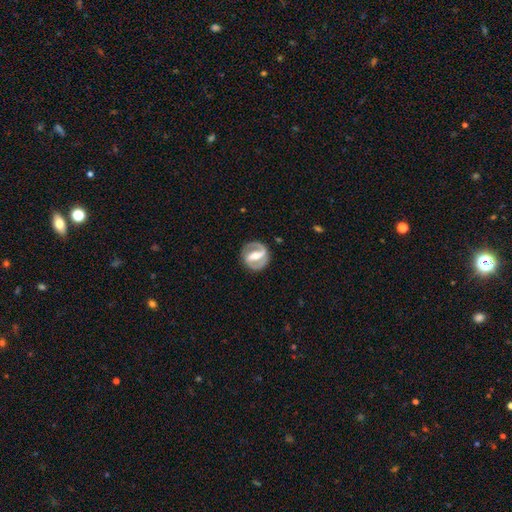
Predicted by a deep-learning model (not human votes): Overall: featured or disk (85%). Edge-on disk: no (96%). Bar: strong (70%). Spiral arms: yes (83%). Spiral arm count: 2 (86%). Spiral winding: medium (44%; tight 42%). Bulge size: moderate (65%; small 26%). Merging: none (85%).